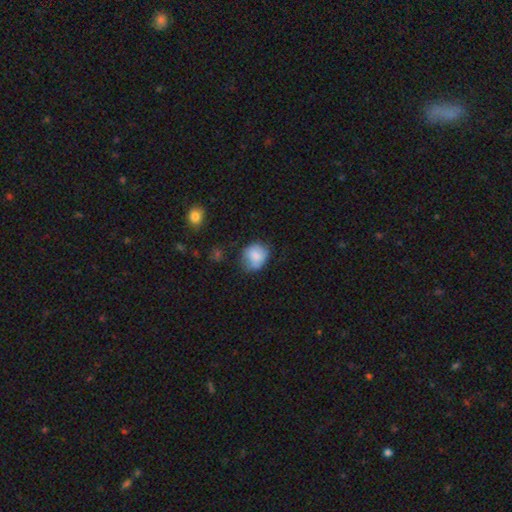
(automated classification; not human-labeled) A smooth galaxy with no disk features (80%) that is round (61%). Merging: none (55%).